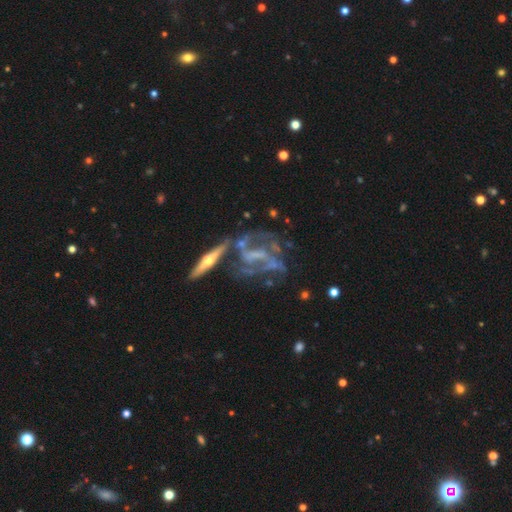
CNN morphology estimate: Smooth or featured? Predicted: featured or disk (p=0.80). Edge-on disk? Predicted: no (p=0.82). Bar? Predicted: no (p=0.46). Spiral arms? Predicted: yes (p=0.65). Bulge size? Predicted: none (p=0.49). Merging? Predicted: none (p=0.44).